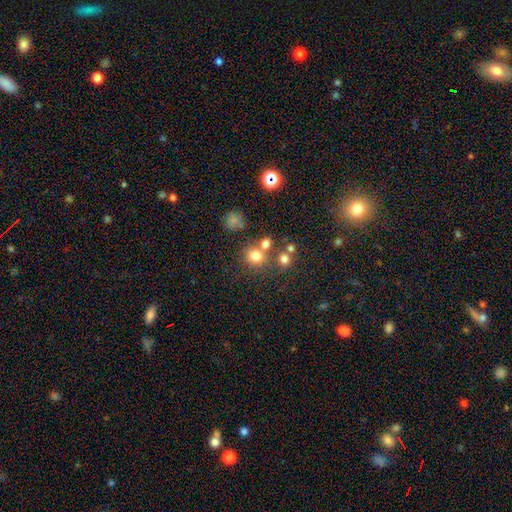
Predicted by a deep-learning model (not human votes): Q: Smooth or featured?
A: smooth (73%); runner-up: star or artifact (18%)
Q: How rounded?
A: round (80%); runner-up: in between (18%)
Q: Merging?
A: none (59%); runner-up: merger (26%)